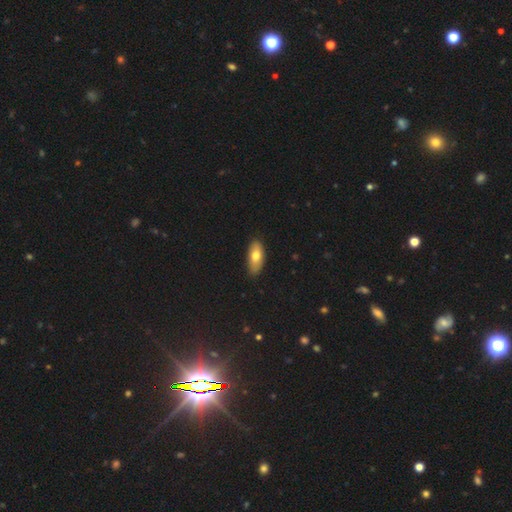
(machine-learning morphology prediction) Smooth or featured: smooth — 73% (featured or disk — 21%)
How rounded: in between — 82% (cigar-shaped — 15%)
Merging: none — 85% (minor disturbance — 12%)